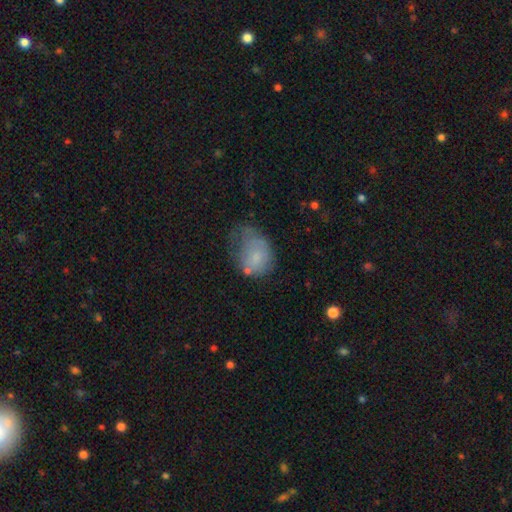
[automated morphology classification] Smooth or featured? smooth (64%)
How rounded? in between (64%)
Merging? minor disturbance (35%)